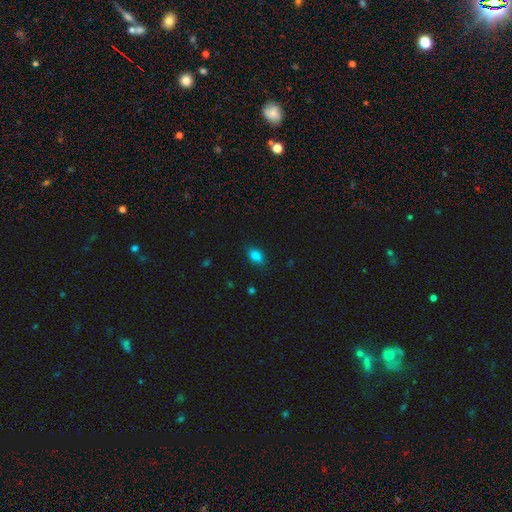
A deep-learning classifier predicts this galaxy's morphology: A smooth galaxy with no disk features (85%) that is in between round and cigar-shaped (84%).

Vote fractions:
- Smooth or featured? smooth: 85% / star or artifact: 11% / featured or disk: 4%
- How rounded? in between: 84% / round: 14% / cigar-shaped: 2%
- Merging? none: 83% / minor disturbance: 13% / major disturbance: 3% / merger: 1%